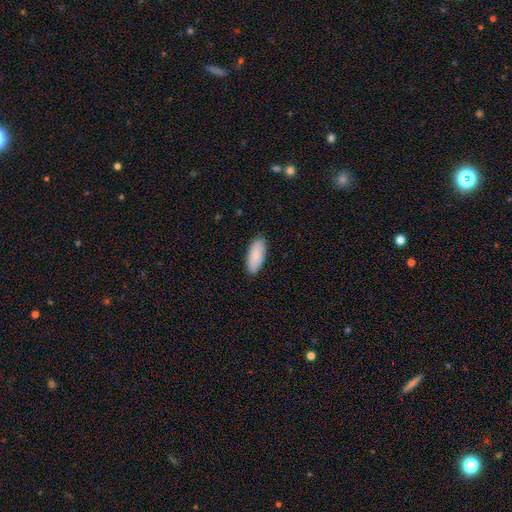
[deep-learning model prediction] Q: Smooth or featured?
A: smooth (88%); runner-up: featured or disk (6%)
Q: How rounded?
A: in between (87%); runner-up: cigar-shaped (12%)
Q: Merging?
A: none (88%); runner-up: minor disturbance (9%)